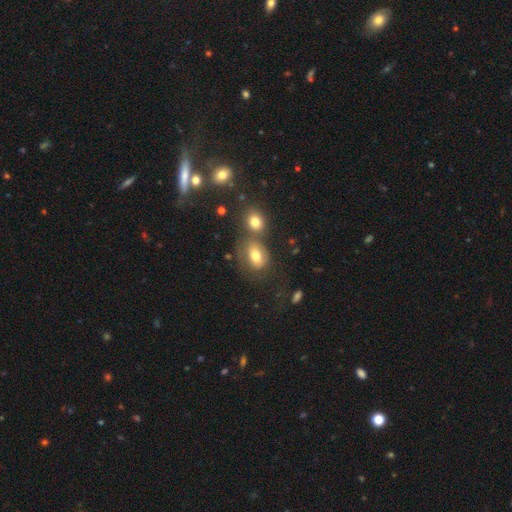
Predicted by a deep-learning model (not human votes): Smooth or featured?
  - smooth: 73% *
  - featured or disk: 15%
  - star or artifact: 11%
How rounded?
  - in between: 71% *
  - round: 27%
  - cigar-shaped: 2%
Merging?
  - none: 45% *
  - merger: 32%
  - minor disturbance: 16%
  - major disturbance: 8%